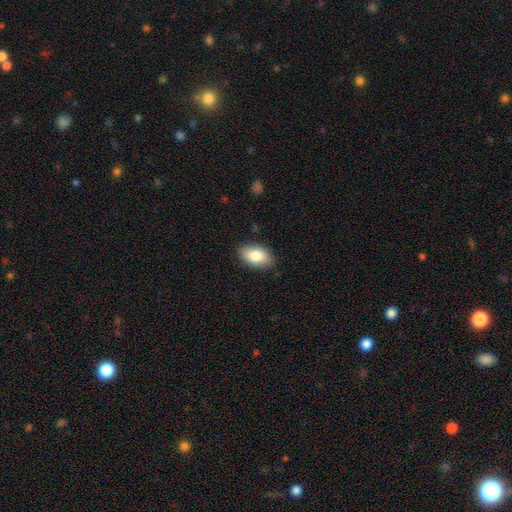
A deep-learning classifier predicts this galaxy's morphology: A smooth galaxy with no disk features (84%) that is in between round and cigar-shaped (92%).

Vote fractions:
- Smooth or featured? smooth: 84% / featured or disk: 10% / star or artifact: 6%
- How rounded? in between: 92% / round: 6% / cigar-shaped: 1%
- Merging? none: 87% / minor disturbance: 10% / major disturbance: 2% / merger: 1%